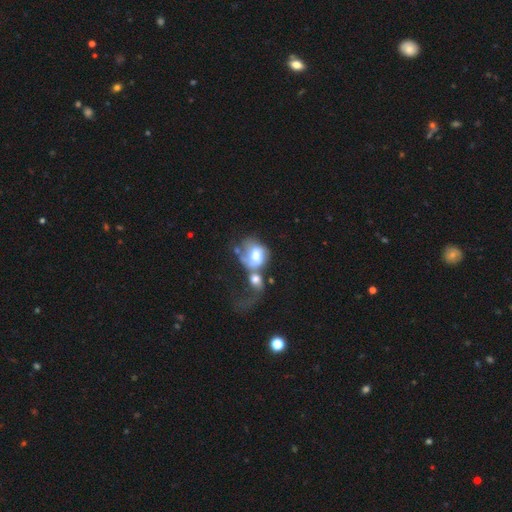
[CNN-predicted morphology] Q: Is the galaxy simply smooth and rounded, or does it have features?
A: featured or disk — 49%.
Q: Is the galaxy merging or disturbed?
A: merger — 59%.